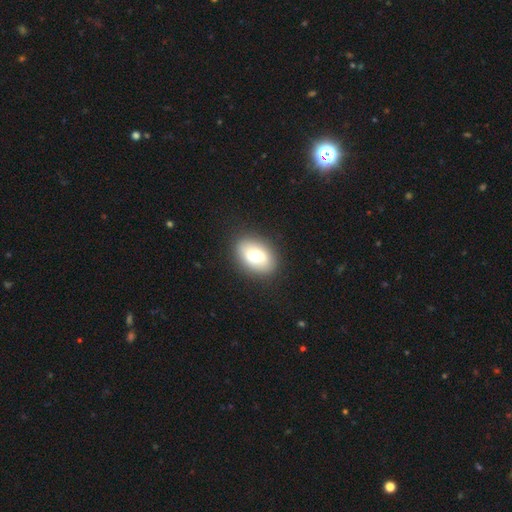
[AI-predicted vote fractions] Smooth or featured? Predicted: smooth (p=0.68). How rounded? Predicted: in between (p=0.81). Merging? Predicted: none (p=0.87).